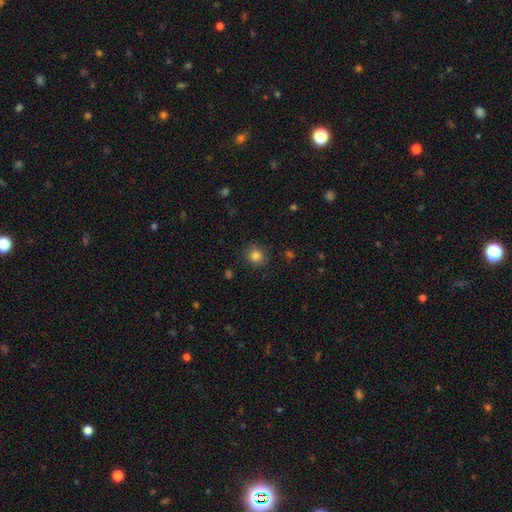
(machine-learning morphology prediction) This appears to be a smooth galaxy with no disk features (83%) that is round (87%). Merging: none (86%).